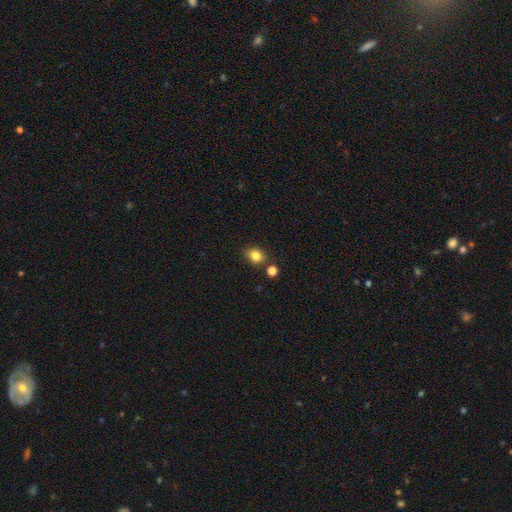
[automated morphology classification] Smooth or featured?
  - smooth: 82% *
  - star or artifact: 11%
  - featured or disk: 7%
How rounded?
  - in between: 50% *
  - round: 49%
  - cigar-shaped: 1%
Merging?
  - none: 76% *
  - minor disturbance: 13%
  - merger: 8%
  - major disturbance: 3%